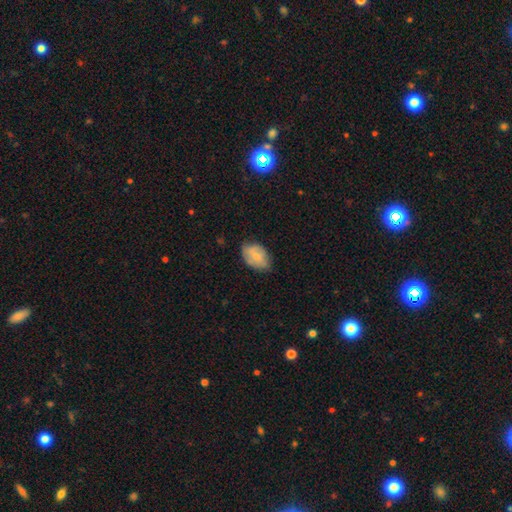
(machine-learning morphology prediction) smooth_or_featured: smooth (p=0.70) [alt: featured or disk p=0.23]
how_rounded: in between (p=0.88) [alt: round p=0.11]
merging: none (p=0.67) [alt: minor disturbance p=0.27]